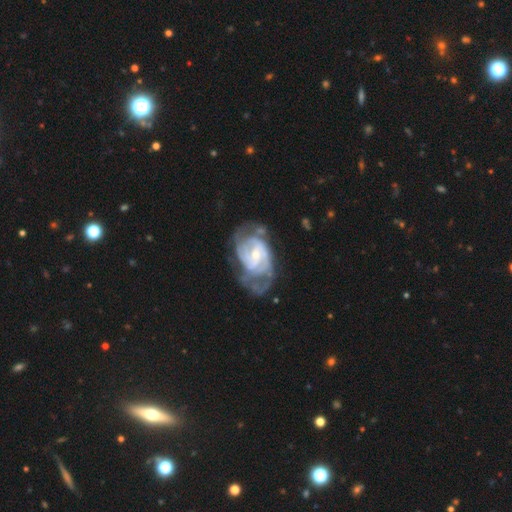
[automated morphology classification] A featured or disk galaxy (87%) with a weak bar (48%), 2 (38%) tight (55%) spiral arms (93%) and a small central bulge (56%). Merging: none (44%).